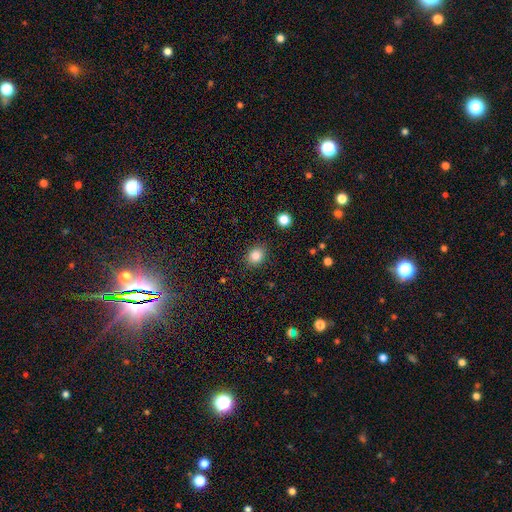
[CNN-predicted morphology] A smooth galaxy with no disk features (84%) that is round (65%). Merging: none (88%).